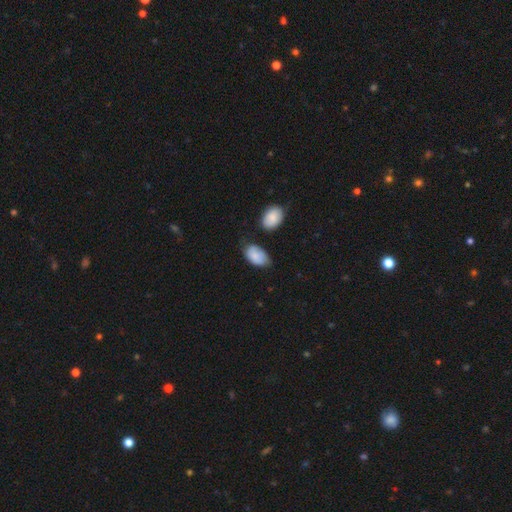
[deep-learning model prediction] This appears to be a smooth galaxy with no disk features (84%) that is in between round and cigar-shaped (93%). Merging: none (54%).